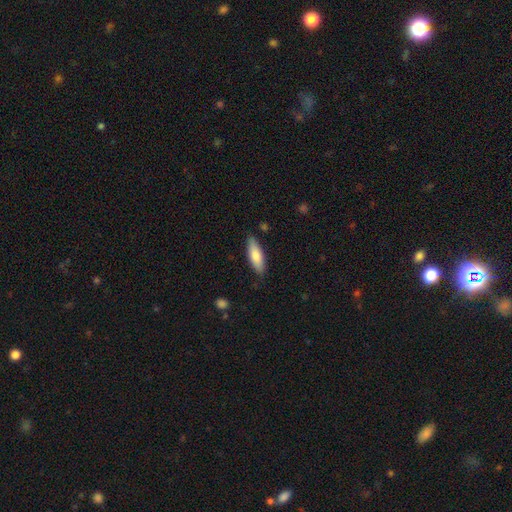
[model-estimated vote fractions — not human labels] Smooth or featured: smooth — 76% (featured or disk — 19%)
How rounded: in between — 51% (cigar-shaped — 47%)
Merging: none — 84% (minor disturbance — 12%)